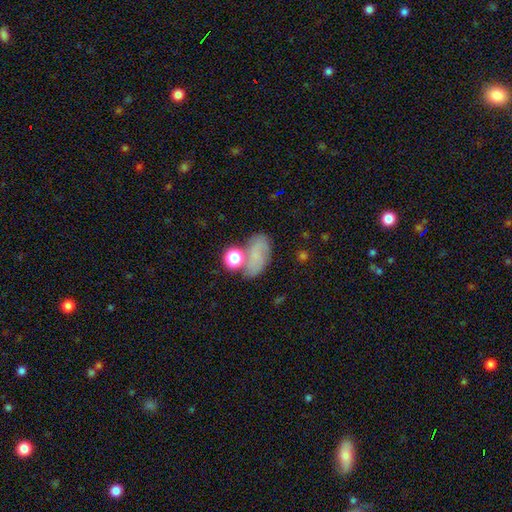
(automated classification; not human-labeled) smooth 56%, featured or disk 27%, star or artifact 17%. Down the decision tree: how rounded — in between (78%); merging — none (48%).